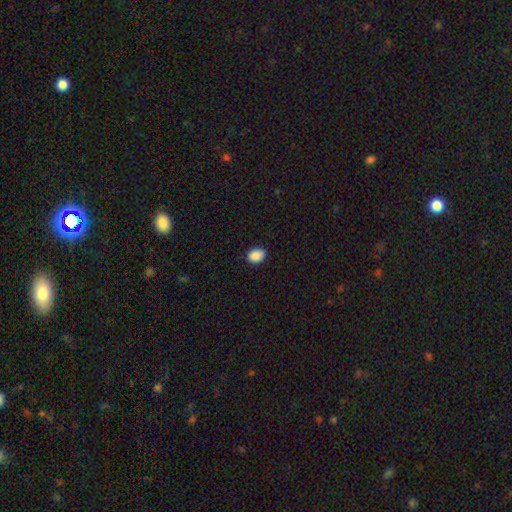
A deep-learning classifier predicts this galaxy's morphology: Q: Smooth or featured?
A: smooth (89%); runner-up: star or artifact (8%)
Q: How rounded?
A: in between (70%); runner-up: round (29%)
Q: Merging?
A: none (88%); runner-up: minor disturbance (9%)